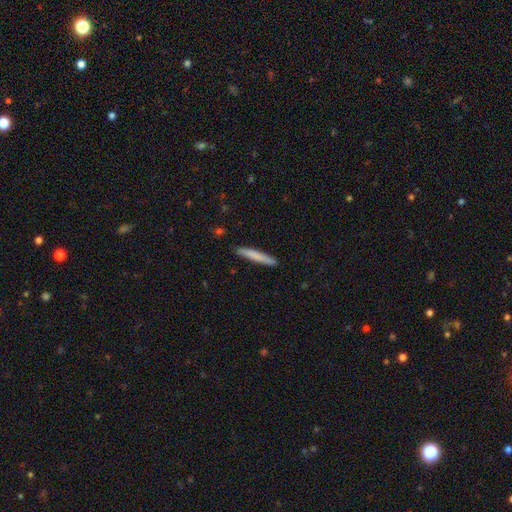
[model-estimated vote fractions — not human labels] Q: Smooth or featured?
A: smooth (77%); runner-up: featured or disk (18%)
Q: How rounded?
A: cigar-shaped (95%); runner-up: in between (4%)
Q: Merging?
A: none (90%); runner-up: minor disturbance (8%)